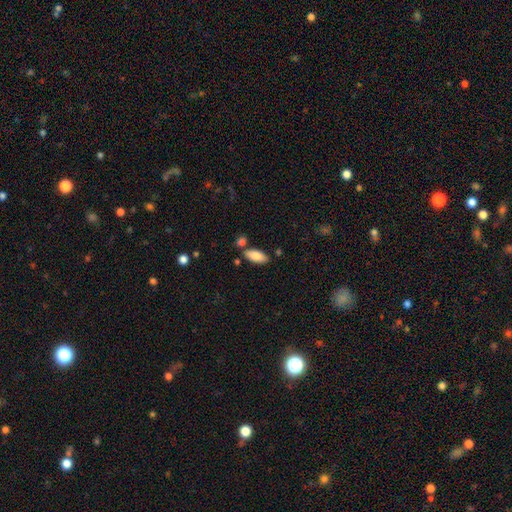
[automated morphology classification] smooth-or-featured: smooth: 85% | featured or disk: 9% | star or artifact: 6%
  how-rounded: in between: 87% | cigar-shaped: 11% | round: 2%
  merging: none: 76% | minor disturbance: 11% | merger: 10% | major disturbance: 3%